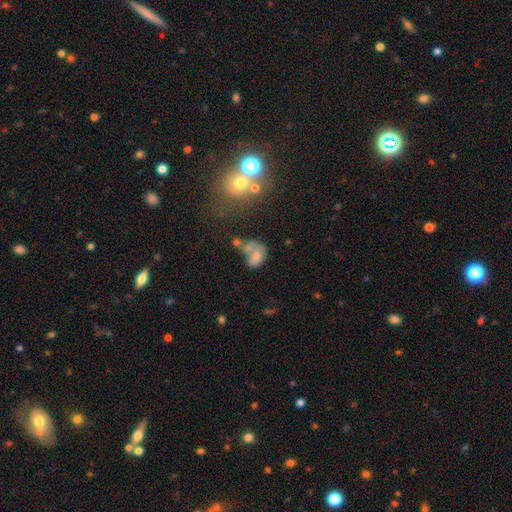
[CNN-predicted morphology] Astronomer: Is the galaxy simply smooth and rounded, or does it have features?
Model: smooth — 63%.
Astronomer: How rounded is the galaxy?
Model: in between — 75%.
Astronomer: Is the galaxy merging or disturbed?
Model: merger — 40% (runner-up: none, 23%).